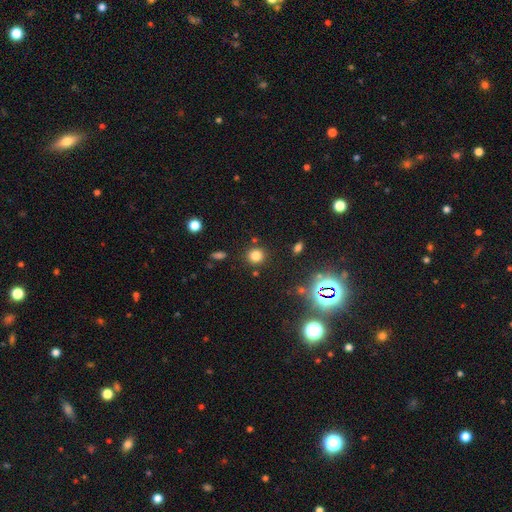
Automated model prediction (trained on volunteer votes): smooth_or_featured: smooth (p=0.77) [alt: star or artifact p=0.17]
how_rounded: round (p=0.89) [alt: in between p=0.10]
merging: none (p=0.86) [alt: minor disturbance p=0.07]